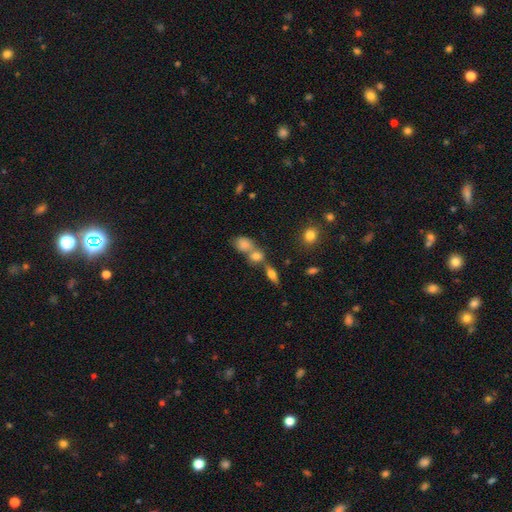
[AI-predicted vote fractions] smooth-or-featured: smooth: 61% | star or artifact: 20% | featured or disk: 19%
  how-rounded: in between: 52% | round: 39% | cigar-shaped: 9%
  merging: merger: 51% | none: 37% | minor disturbance: 8% | major disturbance: 5%